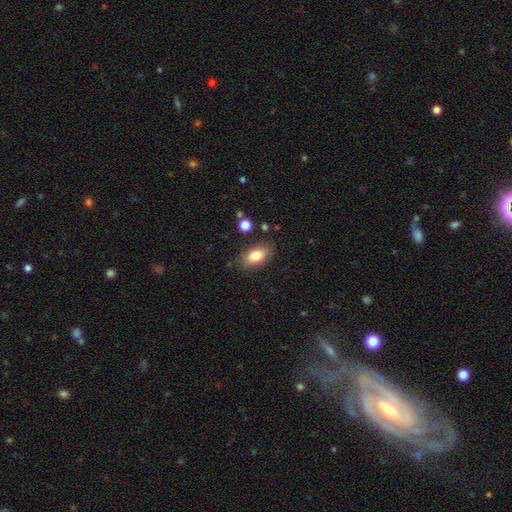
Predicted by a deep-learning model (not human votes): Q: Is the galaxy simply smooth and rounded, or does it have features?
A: smooth — 82%.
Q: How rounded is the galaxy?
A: in between — 90%.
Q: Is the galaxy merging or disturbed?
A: none — 82%.